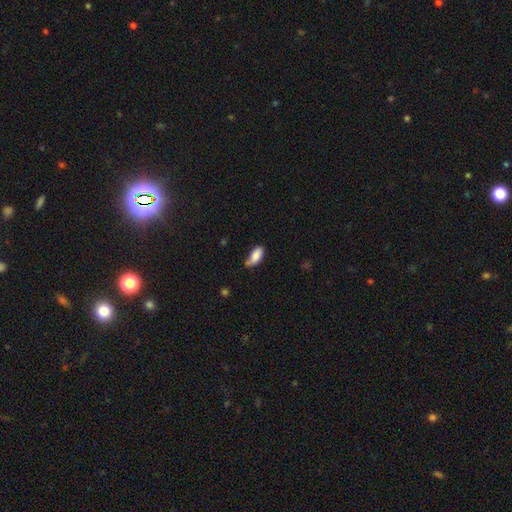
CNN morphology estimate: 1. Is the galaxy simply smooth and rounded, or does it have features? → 86% smooth, 8% featured or disk, 7% star or artifact.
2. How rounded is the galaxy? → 88% in between, 10% cigar-shaped, 2% round.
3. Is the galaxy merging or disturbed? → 50% none, 37% minor disturbance, 9% major disturbance, 4% merger.